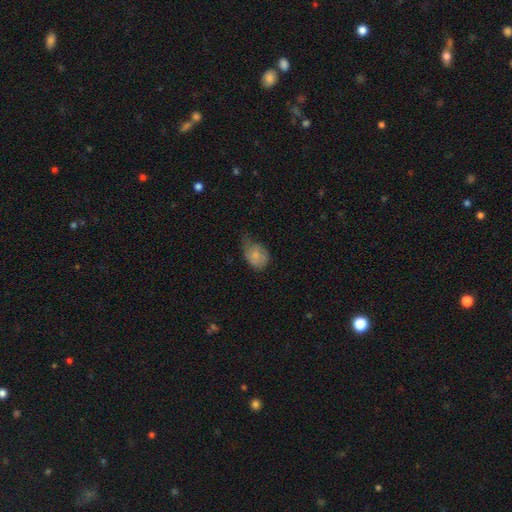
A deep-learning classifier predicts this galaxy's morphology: type=smooth (68%); roundness=in between (67%); merging=minor disturbance (44%).